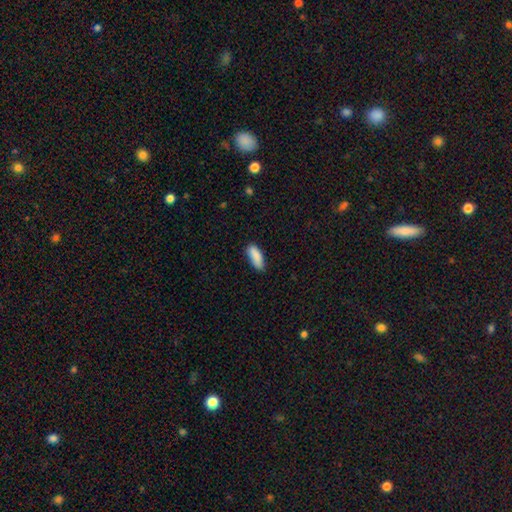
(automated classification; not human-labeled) Q: Smooth or featured?
A: smooth (88%); runner-up: star or artifact (7%)
Q: How rounded?
A: in between (71%); runner-up: cigar-shaped (27%)
Q: Merging?
A: none (77%); runner-up: minor disturbance (18%)